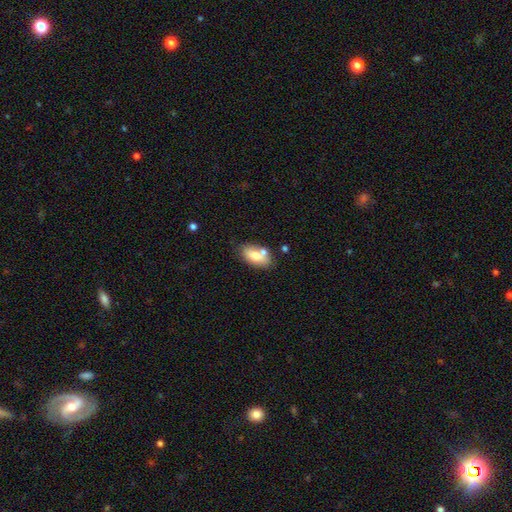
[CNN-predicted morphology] Smooth or featured? Predicted: smooth (p=0.72). How rounded? Predicted: in between (p=0.90). Merging? Predicted: none (p=0.61).